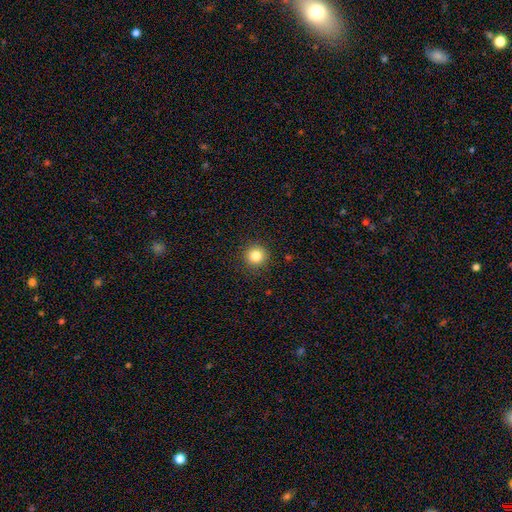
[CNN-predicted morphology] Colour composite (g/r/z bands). It shows a smooth galaxy with no disk features (83%) that is round (95%). Merging: none (92%).